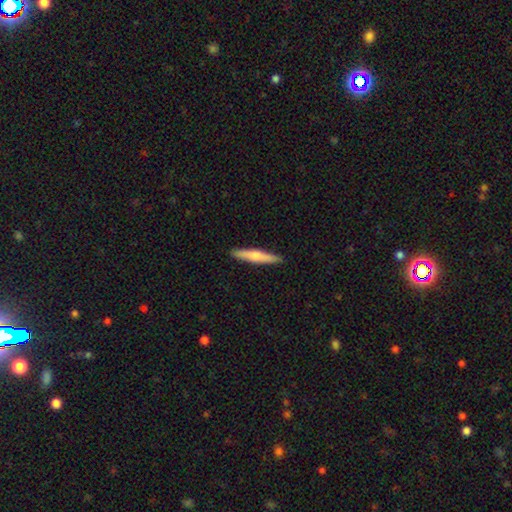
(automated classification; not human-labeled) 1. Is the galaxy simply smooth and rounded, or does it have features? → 59% smooth, 36% featured or disk, 5% star or artifact.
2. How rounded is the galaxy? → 92% cigar-shaped, 7% in between, 1% round.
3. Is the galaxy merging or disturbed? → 91% none, 7% minor disturbance, 1% major disturbance, 1% merger.